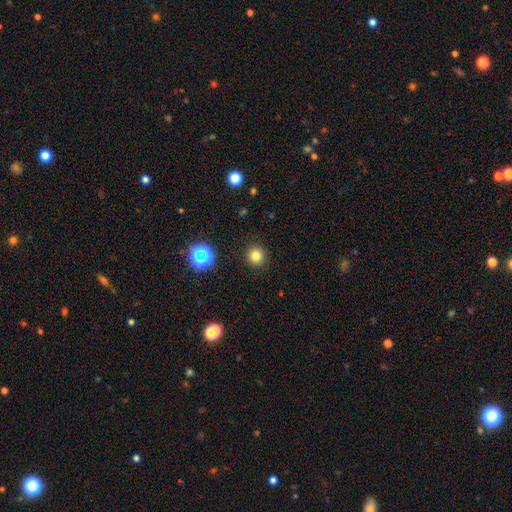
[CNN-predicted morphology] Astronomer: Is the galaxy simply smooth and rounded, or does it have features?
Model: smooth — 78%.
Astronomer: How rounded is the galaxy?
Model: round — 95%.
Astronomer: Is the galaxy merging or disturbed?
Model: none — 92%.